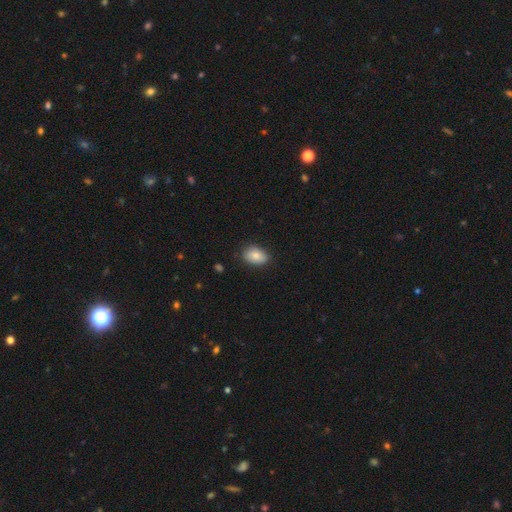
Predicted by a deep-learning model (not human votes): Smooth or featured? Predicted: smooth (p=0.84). How rounded? Predicted: in between (p=0.87). Merging? Predicted: none (p=0.82).